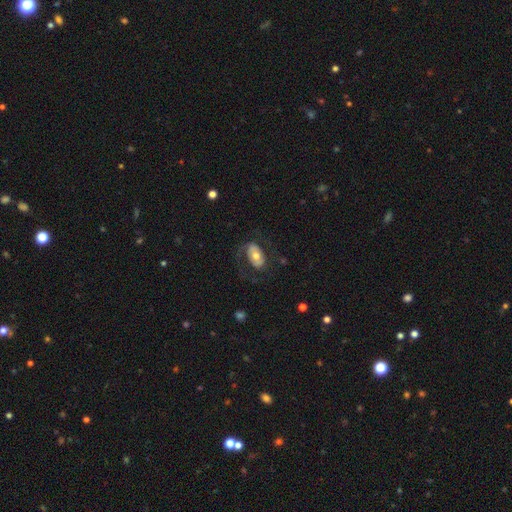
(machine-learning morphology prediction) Smooth or featured: featured or disk — 55% (smooth — 39%)
Edge-on disk: no — 94% (yes — 6%)
Bar: no — 57% (weak — 24%)
Spiral arms: yes — 61% (no — 39%)
Bulge size: moderate — 67% (small — 18%)
Merging: none — 63% (major disturbance — 20%)